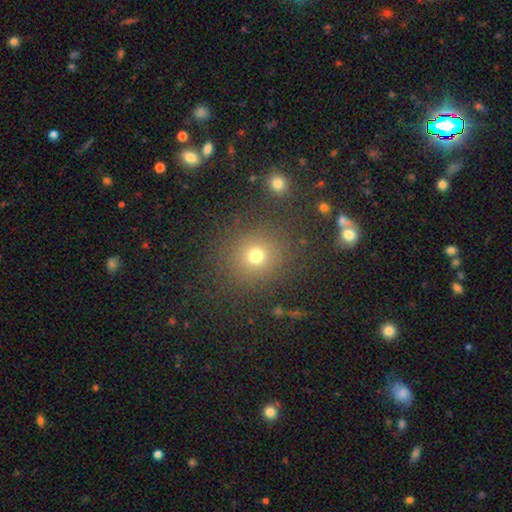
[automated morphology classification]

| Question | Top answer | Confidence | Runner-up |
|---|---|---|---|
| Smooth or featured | smooth | 70% | star or artifact (20%) |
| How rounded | round | 84% | in between (15%) |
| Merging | none | 83% | minor disturbance (9%) |